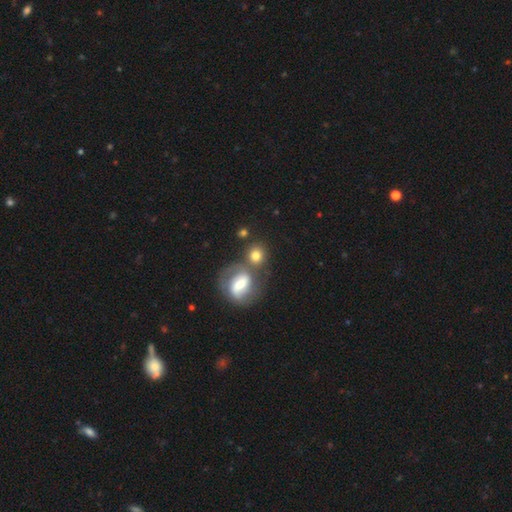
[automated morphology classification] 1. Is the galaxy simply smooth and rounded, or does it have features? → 71% smooth, 20% featured or disk, 9% star or artifact.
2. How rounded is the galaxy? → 80% round, 18% in between, 2% cigar-shaped.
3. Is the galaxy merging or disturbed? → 52% none, 33% merger, 10% minor disturbance, 5% major disturbance.